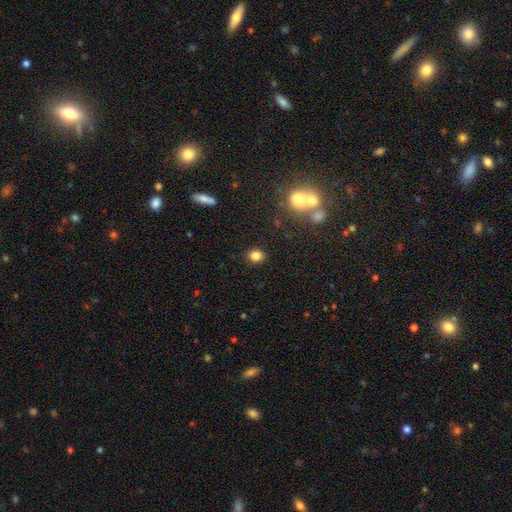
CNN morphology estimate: type=smooth (83%); roundness=round (70%); merging=none (88%).